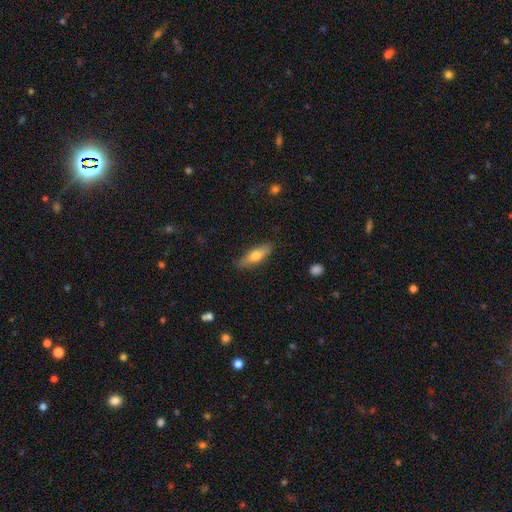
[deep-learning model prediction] Smooth or featured: smooth — 66% (featured or disk — 28%)
How rounded: cigar-shaped — 51% (in between — 46%)
Merging: none — 85% (minor disturbance — 11%)